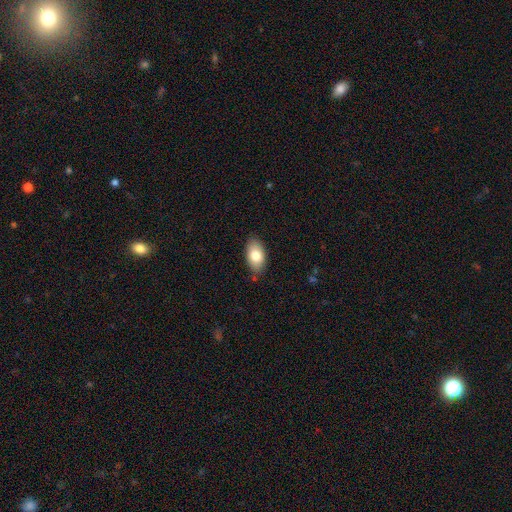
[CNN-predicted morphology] smooth-or-featured: smooth: 80% | featured or disk: 13% | star or artifact: 7%
  how-rounded: in between: 93% | round: 5% | cigar-shaped: 2%
  merging: none: 83% | minor disturbance: 14% | major disturbance: 2% | merger: 1%